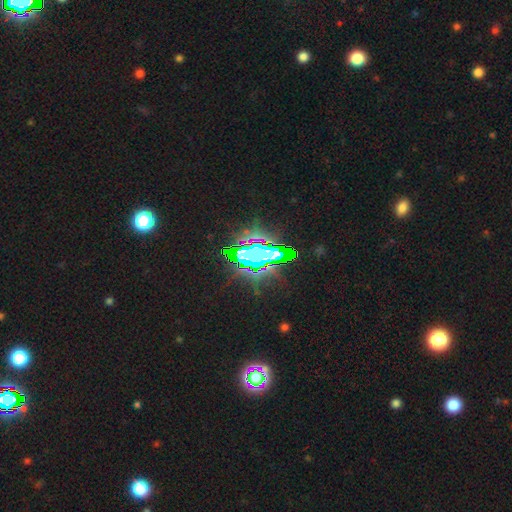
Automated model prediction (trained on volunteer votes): Smooth or featured: star or artifact — 78% (smooth — 12%)